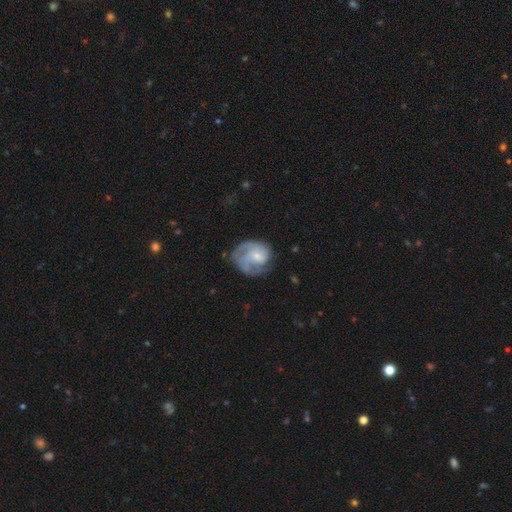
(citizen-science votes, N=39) Smooth or featured?
  - featured or disk: 72% *
  - smooth: 26%
  - star or artifact: 3%
Edge-on disk?
  - no: 100% *
  - yes: 0%
Bar?
  - no: 50% *
  - weak: 39%
  - strong: 11%
Spiral arms?
  - yes: 89% *
  - no: 11%
Spiral winding?
  - medium: 56% *
  - tight: 36%
  - loose: 8%
Spiral arm count?
  - 2: 48% *
  - 3: 24%
  - can't tell: 20%
  - 1: 4%
  - 4: 4%
  - more than 4: 0%
Bulge size?
  - small: 75% *
  - moderate: 18%
  - none: 7%
  - dominant: 0%
  - large: 0%
Merging?
  - none: 34% * (tied)
  - major disturbance: 34% * (tied)
  - minor disturbance: 32%
  - merger: 0%